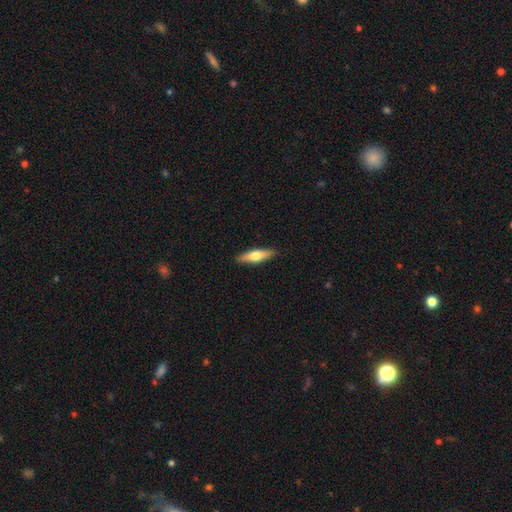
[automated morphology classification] A smooth galaxy with no disk features (53%) that is cigar-shaped (67%).

Vote fractions:
- Smooth or featured? smooth: 53% / featured or disk: 42% / star or artifact: 5%
- How rounded? cigar-shaped: 67% / in between: 31% / round: 2%
- Merging? none: 90% / minor disturbance: 7% / major disturbance: 2% / merger: 1%